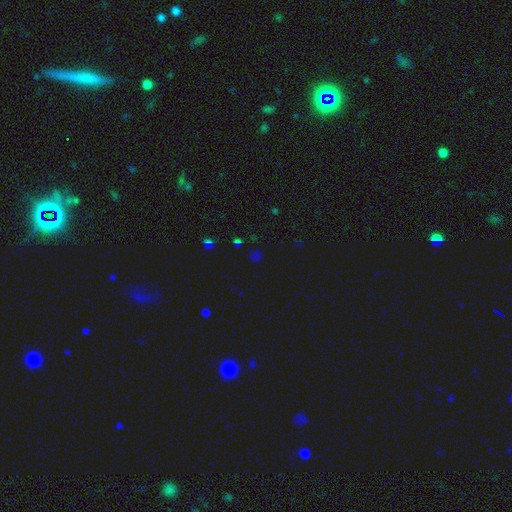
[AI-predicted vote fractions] The model was most divided on "smooth or featured": star or artifact: 54%, smooth: 40%, featured or disk: 6%.